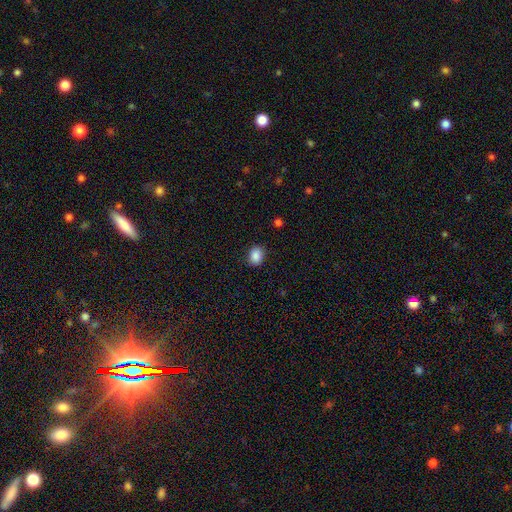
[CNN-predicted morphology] A smooth galaxy with no disk features (87%) that is in between round and cigar-shaped (54%). Merging: none (87%).